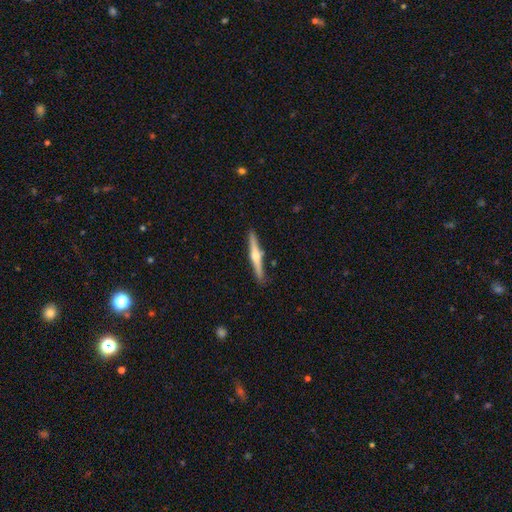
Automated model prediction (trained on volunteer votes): This is likely a featured or disk galaxy (66%). It is clearly viewed edge-on (98%). Edge-on bulge: clearly rounded (91%). Merging: clearly none (88%).